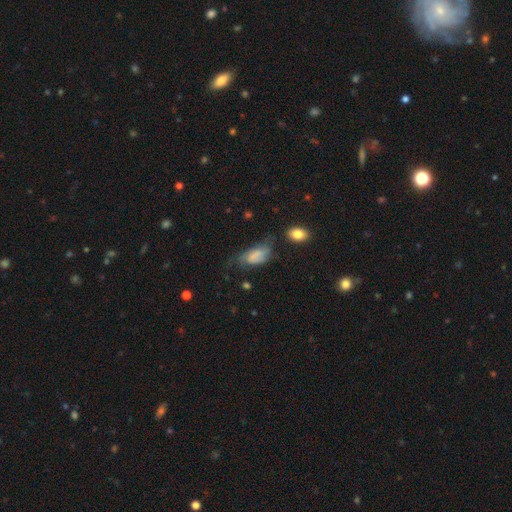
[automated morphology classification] This appears to be a smooth galaxy with no disk features (66%) that is in between round and cigar-shaped (90%). Merging: none (36%).